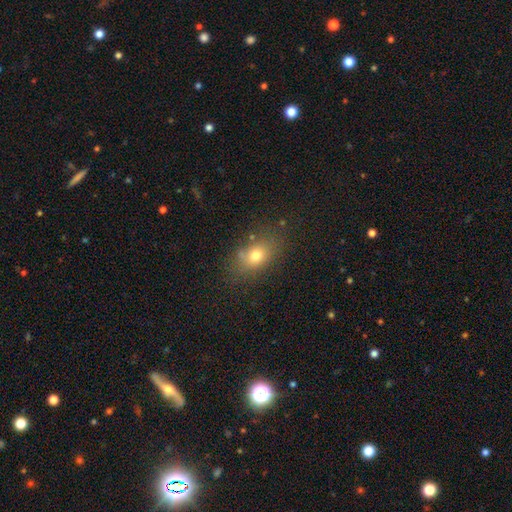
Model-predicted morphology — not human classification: Smooth or featured? smooth (74%)
How rounded? in between (71%)
Merging? none (74%)